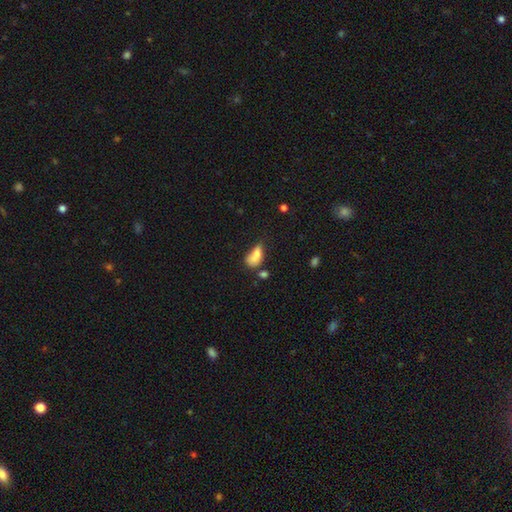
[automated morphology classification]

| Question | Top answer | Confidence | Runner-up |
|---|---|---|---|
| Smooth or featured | smooth | 76% | featured or disk (14%) |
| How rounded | in between | 86% | round (7%) |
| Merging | minor disturbance | 30% | none (29%) |